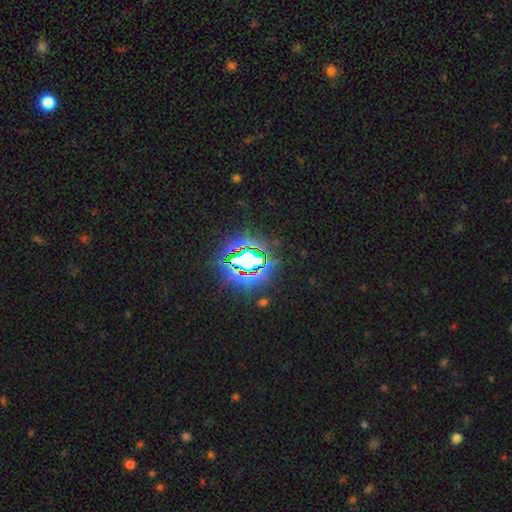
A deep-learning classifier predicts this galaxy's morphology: This is likely a star or artifact rather than a galaxy (76%).